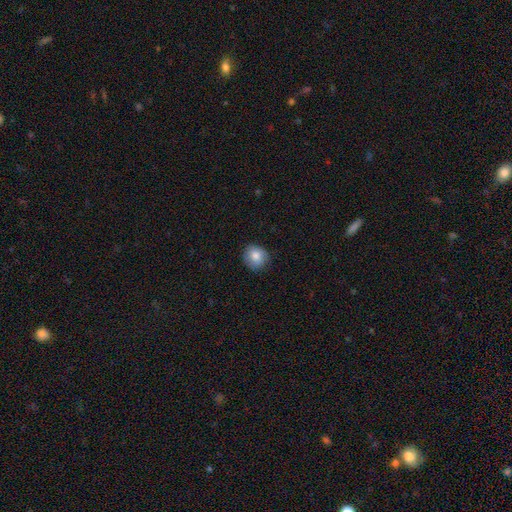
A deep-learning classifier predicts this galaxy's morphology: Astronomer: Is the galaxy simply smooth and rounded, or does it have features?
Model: smooth — 81%.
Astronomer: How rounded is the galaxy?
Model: round — 85%.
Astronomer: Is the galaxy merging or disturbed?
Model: none — 84%.